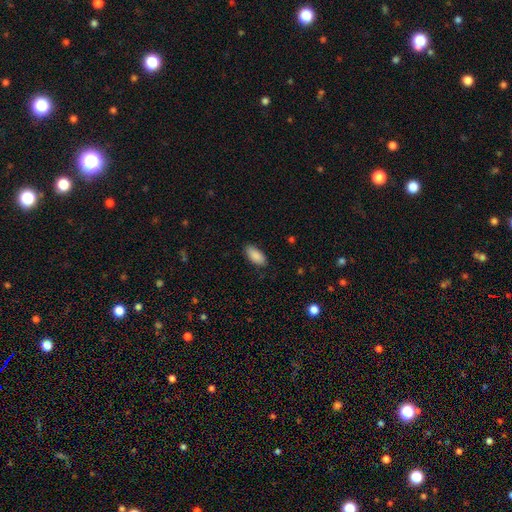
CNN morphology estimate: smooth-or-featured: smooth: 90% | star or artifact: 6% | featured or disk: 4%
  how-rounded: in between: 91% | cigar-shaped: 7% | round: 2%
  merging: none: 85% | minor disturbance: 11% | major disturbance: 2% | merger: 1%